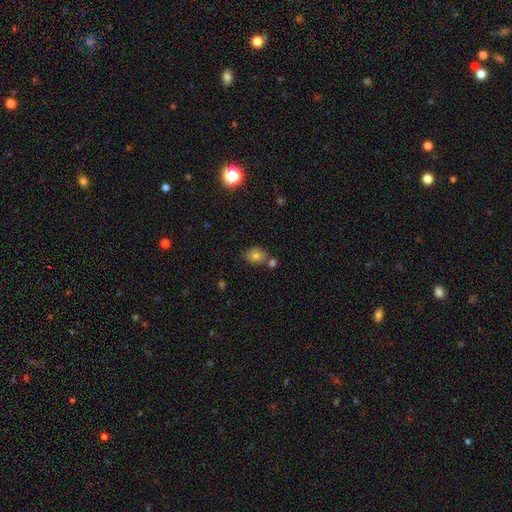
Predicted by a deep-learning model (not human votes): Smooth or featured: smooth — 80% (star or artifact — 12%)
How rounded: round — 52% (in between — 47%)
Merging: none — 64% (merger — 21%)